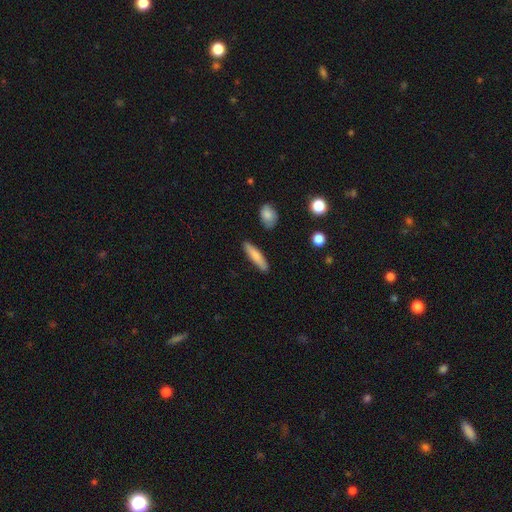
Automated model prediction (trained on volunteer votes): Smooth or featured?
  - smooth: 76% *
  - featured or disk: 18%
  - star or artifact: 6%
How rounded?
  - cigar-shaped: 82% *
  - in between: 16%
  - round: 2%
Merging?
  - none: 88% *
  - minor disturbance: 8%
  - merger: 2%
  - major disturbance: 2%